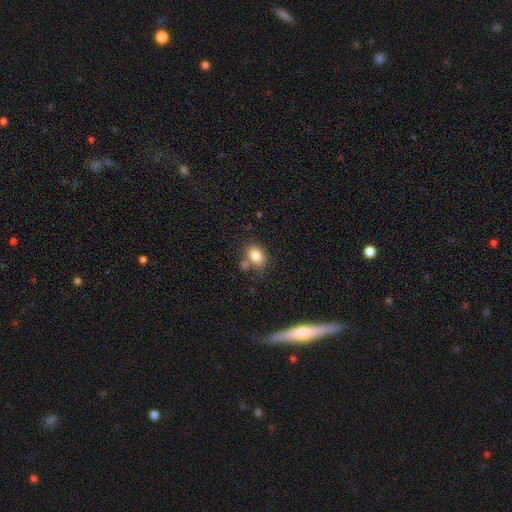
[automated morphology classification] This is clearly a smooth galaxy (81%). How rounded: likely in between (69%). Merging: possibly none (59%).